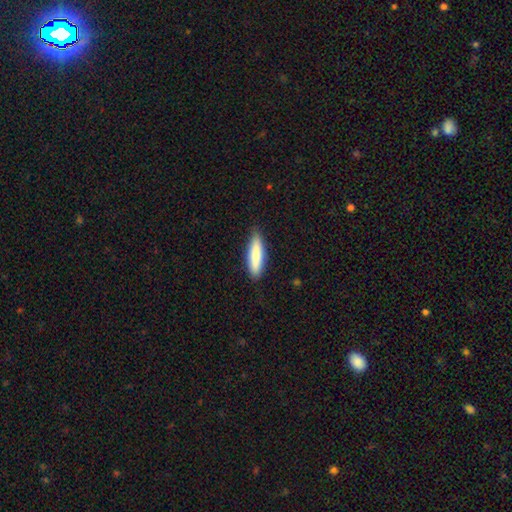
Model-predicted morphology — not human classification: A smooth galaxy with no disk features (81%) that is cigar-shaped (72%).

Vote fractions:
- Smooth or featured? smooth: 81% / featured or disk: 13% / star or artifact: 5%
- How rounded? cigar-shaped: 72% / in between: 26% / round: 1%
- Merging? none: 86% / minor disturbance: 11% / major disturbance: 2% / merger: 1%